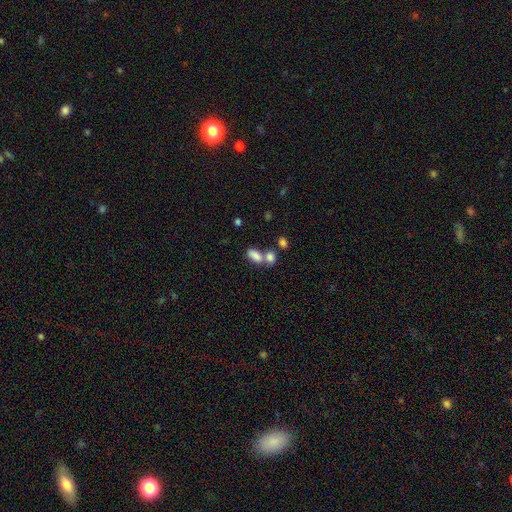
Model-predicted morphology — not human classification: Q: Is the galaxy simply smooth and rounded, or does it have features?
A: smooth — 82%.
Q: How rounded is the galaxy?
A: in between — 88%.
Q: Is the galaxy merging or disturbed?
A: merger — 51%.